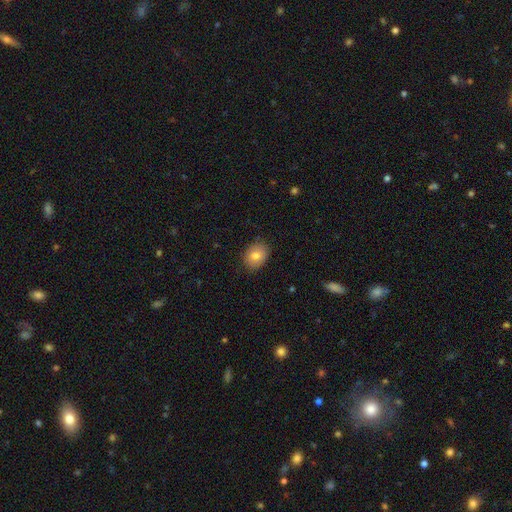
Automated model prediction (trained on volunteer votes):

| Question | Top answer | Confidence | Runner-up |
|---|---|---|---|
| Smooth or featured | smooth | 80% | featured or disk (11%) |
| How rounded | in between | 59% | round (40%) |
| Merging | none | 87% | minor disturbance (10%) |